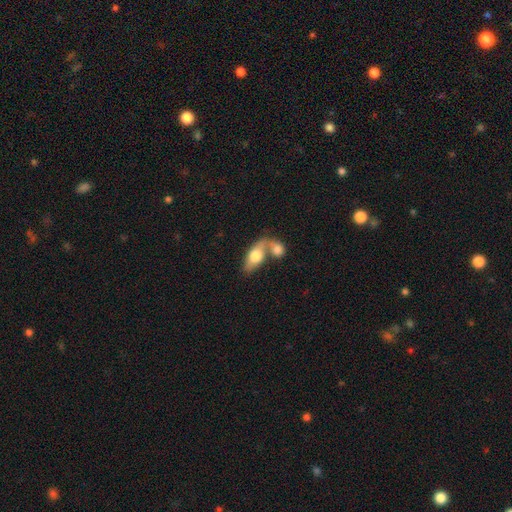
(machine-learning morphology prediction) smooth-or-featured: smooth: 66% | featured or disk: 28% | star or artifact: 5%
  how-rounded: in between: 83% | cigar-shaped: 10% | round: 8%
  merging: merger: 65% | none: 21% | minor disturbance: 7% | major disturbance: 6%